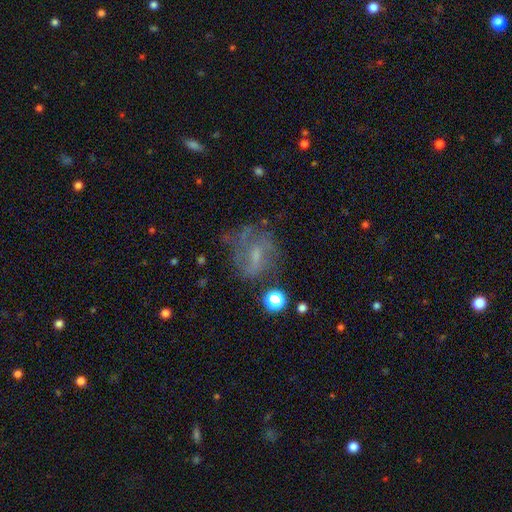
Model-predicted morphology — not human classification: This appears to be a featured or disk galaxy (57%) with a weak bar (47%), spiral arms (60%) and a small central bulge (48%). Merging: none (51%).